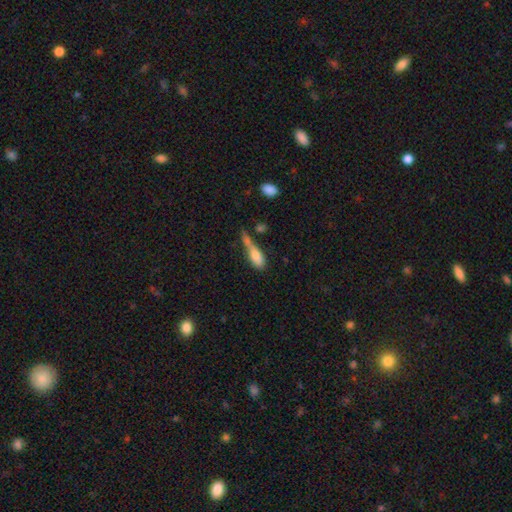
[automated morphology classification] type=smooth (77%); roundness=in between (67%); merging=merger (32%).